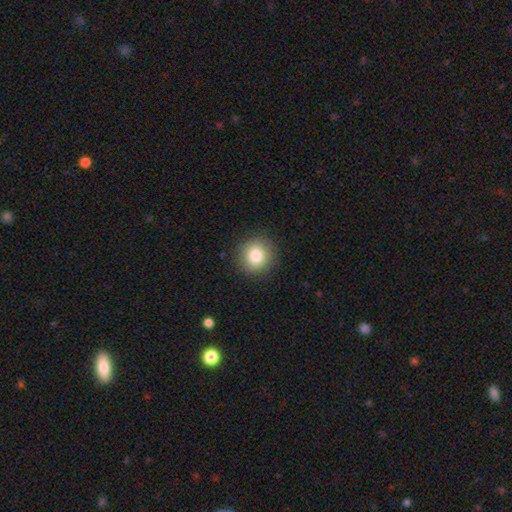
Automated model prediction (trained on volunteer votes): Smooth or featured? smooth (83%)
How rounded? round (88%)
Merging? none (90%)